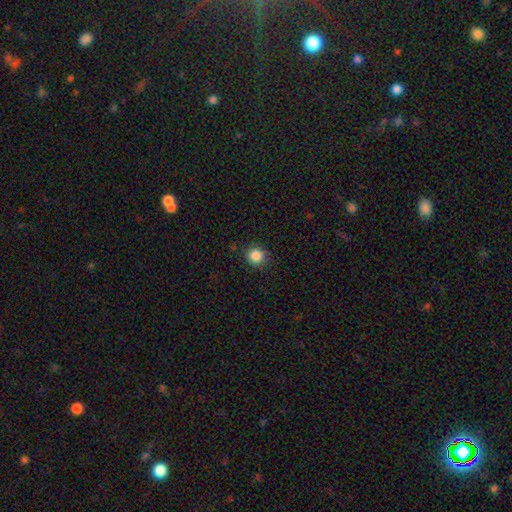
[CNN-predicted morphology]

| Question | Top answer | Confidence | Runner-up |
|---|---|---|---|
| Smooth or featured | smooth | 86% | star or artifact (11%) |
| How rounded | round | 90% | in between (9%) |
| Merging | none | 86% | minor disturbance (10%) |